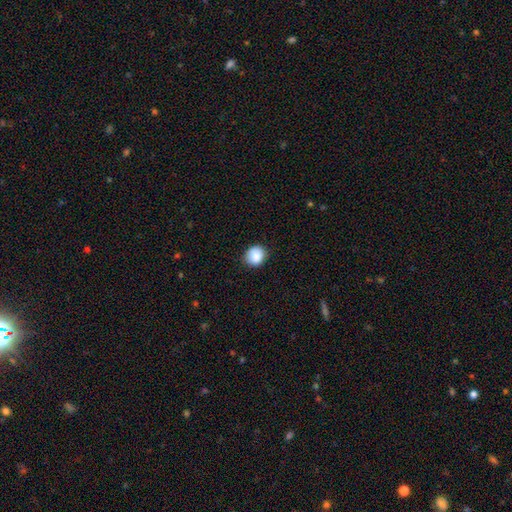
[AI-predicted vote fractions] Smooth or featured? smooth (86%)
How rounded? round (77%)
Merging? none (81%)